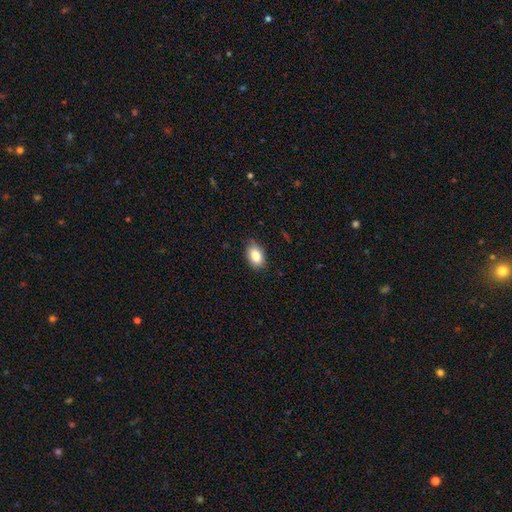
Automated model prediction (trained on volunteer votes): smooth_or_featured: smooth (p=0.86) [alt: star or artifact p=0.08]
how_rounded: in between (p=0.88) [alt: round p=0.10]
merging: none (p=0.82) [alt: minor disturbance p=0.15]